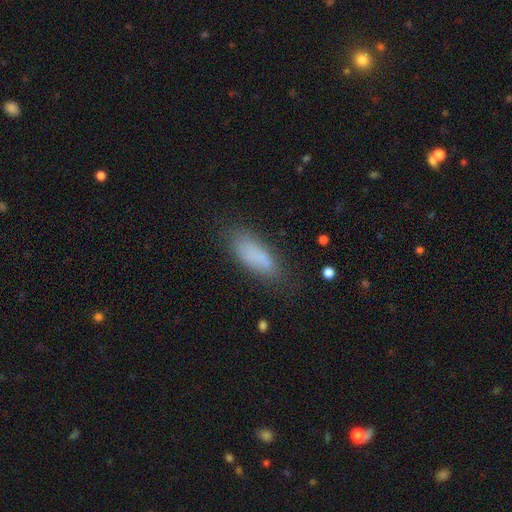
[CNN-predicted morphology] smooth-or-featured: smooth: 80% | featured or disk: 11% | star or artifact: 9%
  how-rounded: in between: 69% | cigar-shaped: 28% | round: 2%
  merging: none: 72% | minor disturbance: 19% | major disturbance: 7% | merger: 2%